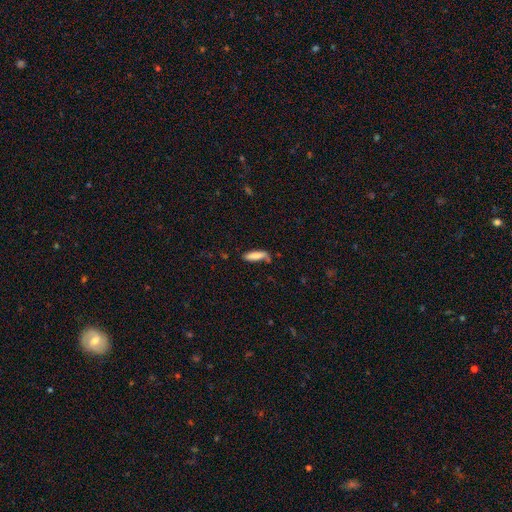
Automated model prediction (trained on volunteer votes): Smooth or featured?
  - smooth: 82% *
  - featured or disk: 12%
  - star or artifact: 7%
How rounded?
  - cigar-shaped: 65% *
  - in between: 33%
  - round: 2%
Merging?
  - none: 67% *
  - minor disturbance: 22%
  - merger: 6%
  - major disturbance: 5%